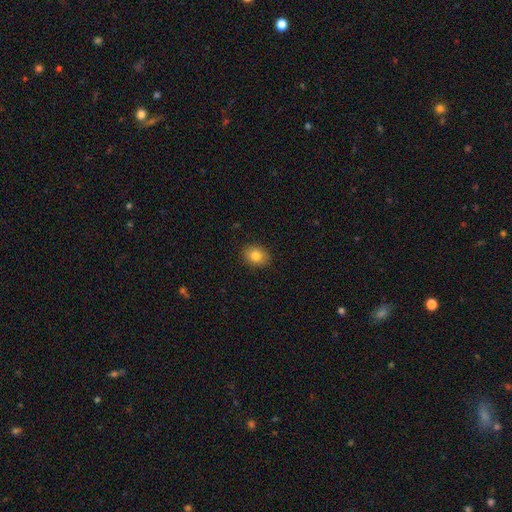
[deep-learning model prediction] Smooth or featured: smooth — 83% (star or artifact — 10%)
How rounded: in between — 55% (round — 44%)
Merging: none — 89% (minor disturbance — 8%)